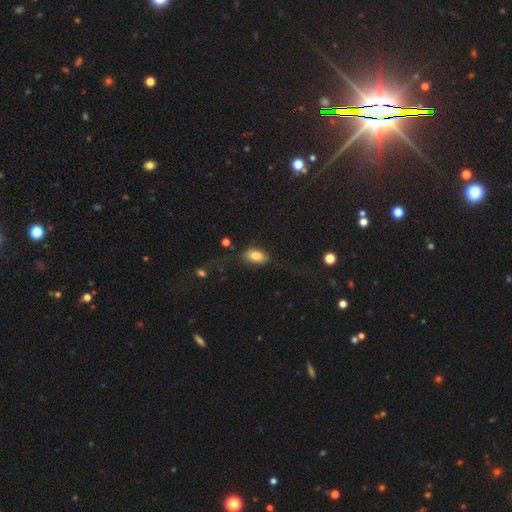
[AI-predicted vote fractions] This is clearly a smooth galaxy (84%). How rounded: clearly in between (89%). Merging: likely none (70%).